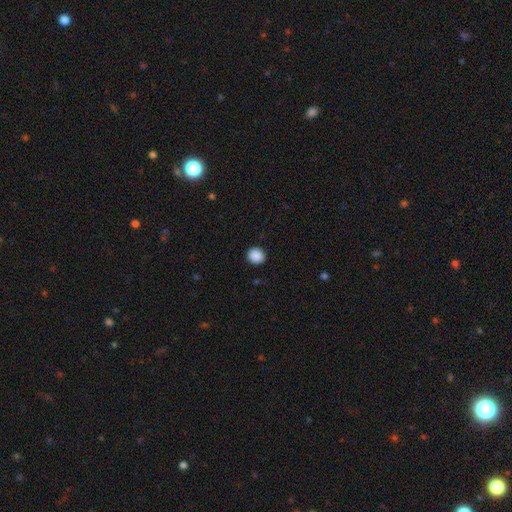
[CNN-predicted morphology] A smooth galaxy with no disk features (89%) that is round (85%).

Vote fractions:
- Smooth or featured? smooth: 89% / star or artifact: 9% / featured or disk: 2%
- How rounded? round: 85% / in between: 14% / cigar-shaped: 1%
- Merging? none: 91% / minor disturbance: 6% / major disturbance: 2% / merger: 1%